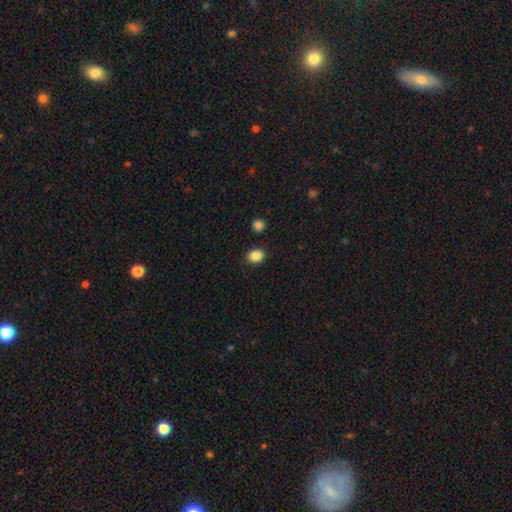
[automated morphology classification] smooth 87%, star or artifact 10%, featured or disk 3%. Down the decision tree: how rounded — round (68%); merging — none (88%).